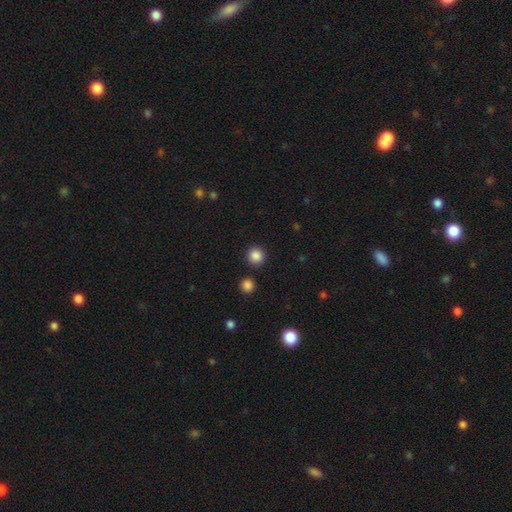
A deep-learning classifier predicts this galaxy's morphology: smooth-or-featured: smooth: 87% | star or artifact: 10% | featured or disk: 3%
  how-rounded: round: 94% | in between: 5% | cigar-shaped: 1%
  merging: none: 89% | minor disturbance: 5% | merger: 3% | major disturbance: 2%